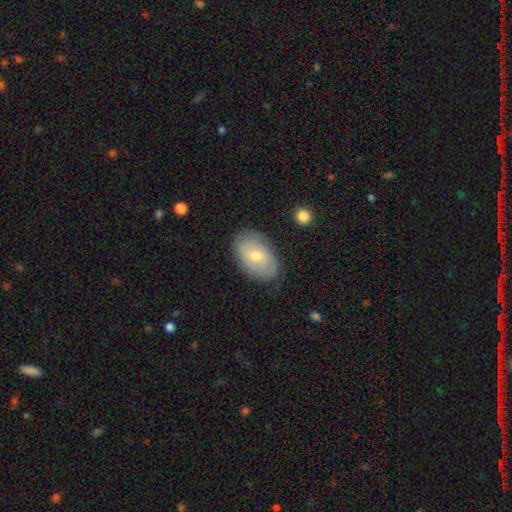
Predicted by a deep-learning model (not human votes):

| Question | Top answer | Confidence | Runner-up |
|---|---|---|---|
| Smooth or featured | smooth | 53% | featured or disk (40%) |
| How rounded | in between | 91% | round (8%) |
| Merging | none | 80% | minor disturbance (15%) |